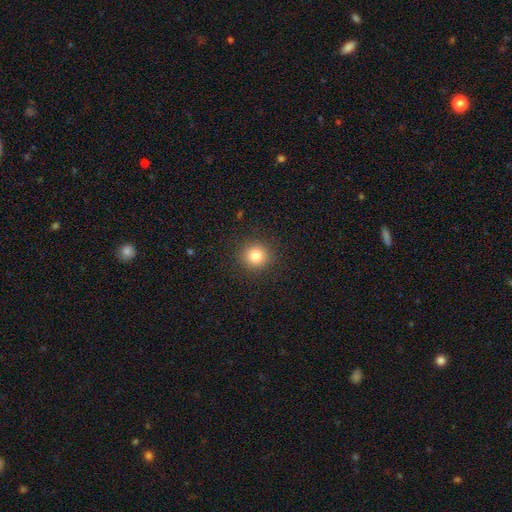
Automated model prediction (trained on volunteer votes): Q: Smooth or featured?
A: smooth (81%); runner-up: star or artifact (12%)
Q: How rounded?
A: round (93%); runner-up: in between (6%)
Q: Merging?
A: none (91%); runner-up: minor disturbance (6%)